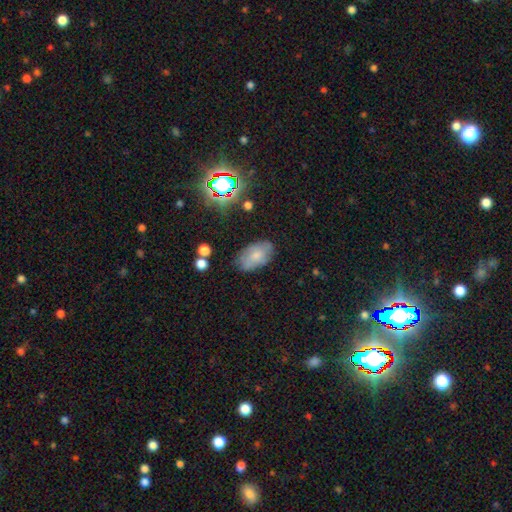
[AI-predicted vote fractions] Q: Smooth or featured?
A: smooth (65%); runner-up: featured or disk (25%)
Q: How rounded?
A: in between (92%); runner-up: round (6%)
Q: Merging?
A: none (72%); runner-up: minor disturbance (20%)